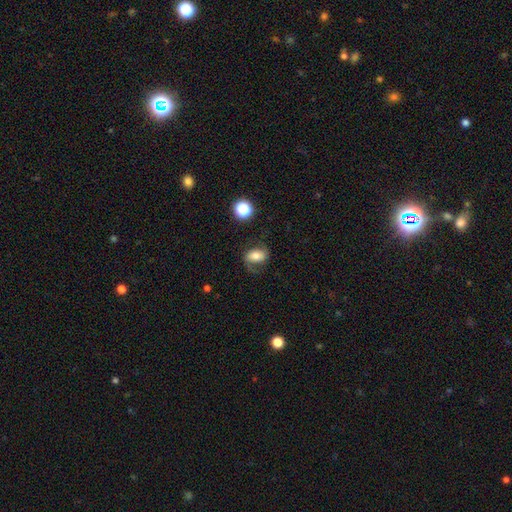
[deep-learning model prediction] Smooth or featured? smooth (47%)
Merging? none (60%)